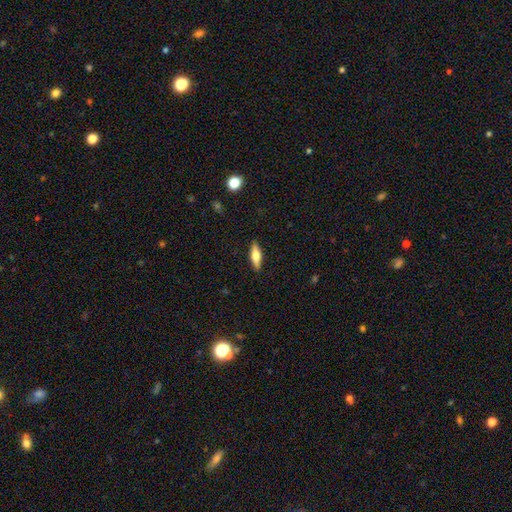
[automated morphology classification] Smooth or featured? Predicted: smooth (p=0.53). How rounded? Predicted: cigar-shaped (p=0.52). Merging? Predicted: none (p=0.90).